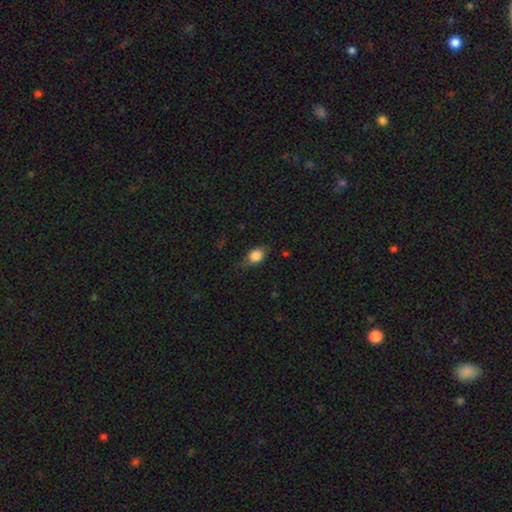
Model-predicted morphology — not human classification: Smooth or featured? smooth (83%)
How rounded? in between (61%)
Merging? none (62%)